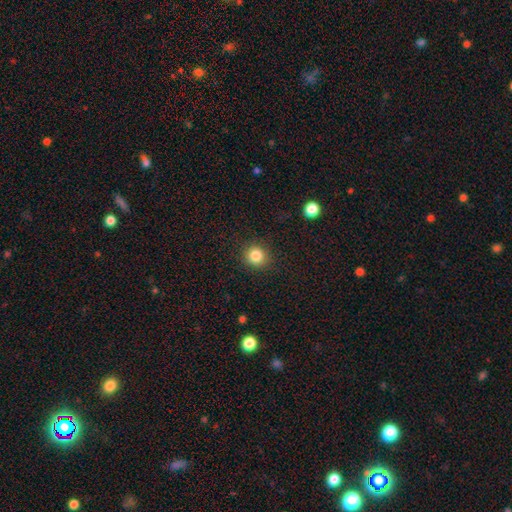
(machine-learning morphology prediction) type=smooth (84%); roundness=round (89%); merging=none (90%).